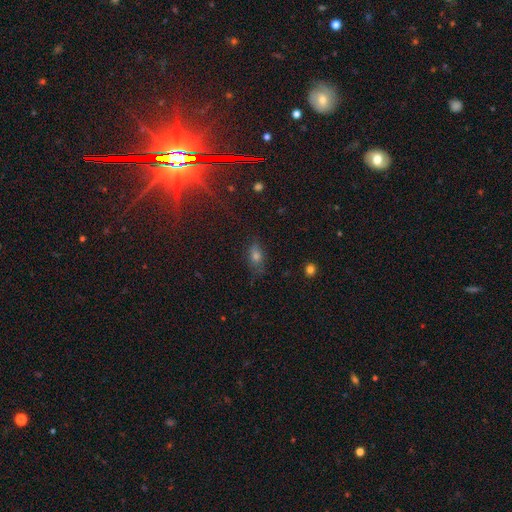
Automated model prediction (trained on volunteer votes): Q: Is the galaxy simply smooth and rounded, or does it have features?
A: smooth — 53%.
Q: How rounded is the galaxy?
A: in between — 76%.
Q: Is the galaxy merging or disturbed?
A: none — 72%.